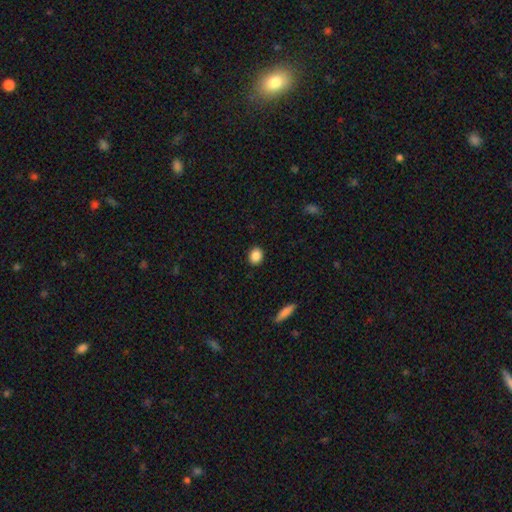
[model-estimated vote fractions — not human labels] smooth 87%, star or artifact 9%, featured or disk 4%. Down the decision tree: how rounded — round (56%); merging — none (90%).